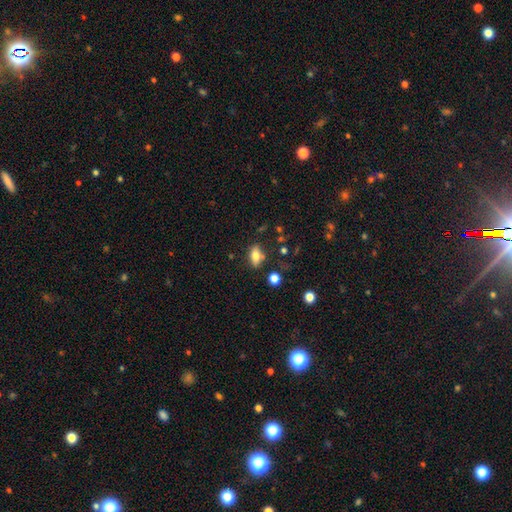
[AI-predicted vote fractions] A smooth galaxy with no disk features (69%) that is in between round and cigar-shaped (80%).

Vote fractions:
- Smooth or featured? smooth: 69% / featured or disk: 21% / star or artifact: 10%
- How rounded? in between: 80% / cigar-shaped: 11% / round: 9%
- Merging? none: 75% / minor disturbance: 14% / merger: 6% / major disturbance: 4%